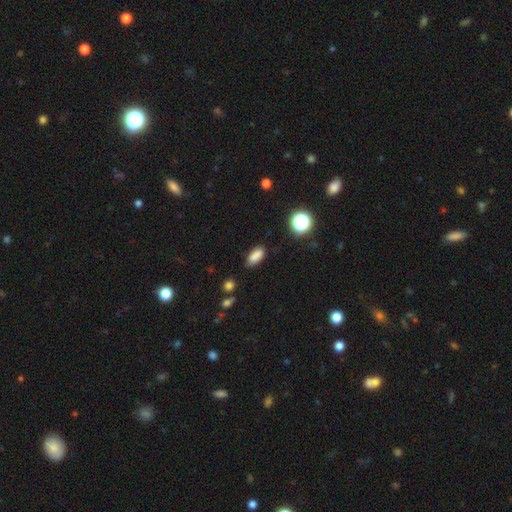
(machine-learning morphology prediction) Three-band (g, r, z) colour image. It shows a smooth galaxy with no disk features (84%) that is in between round and cigar-shaped (83%). Merging: none (80%).